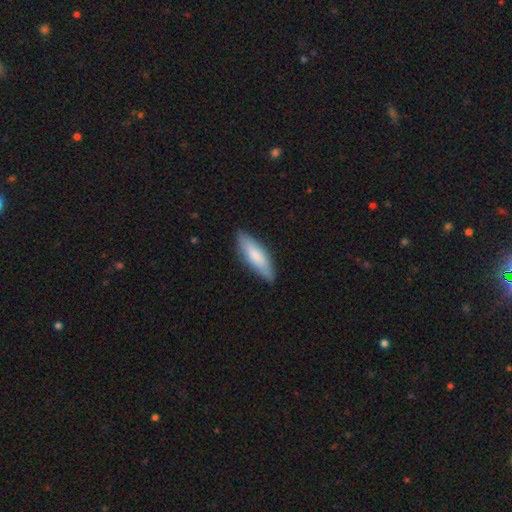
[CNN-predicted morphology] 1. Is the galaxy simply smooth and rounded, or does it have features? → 76% smooth, 19% featured or disk, 5% star or artifact.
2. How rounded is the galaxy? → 53% cigar-shaped, 45% in between, 2% round.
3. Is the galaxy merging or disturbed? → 83% none, 13% minor disturbance, 2% major disturbance, 1% merger.